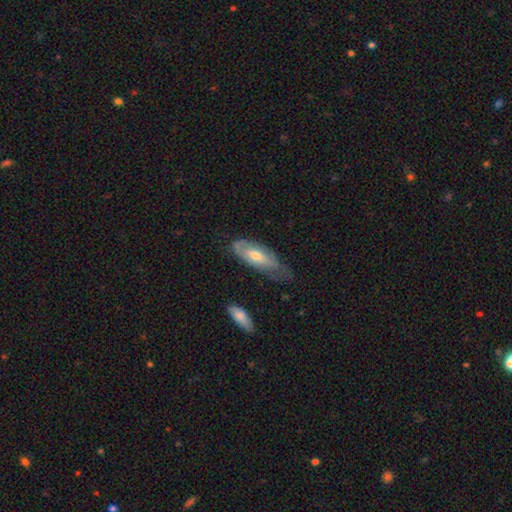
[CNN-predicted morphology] Smooth or featured? smooth (48%)
Merging? none (47%)